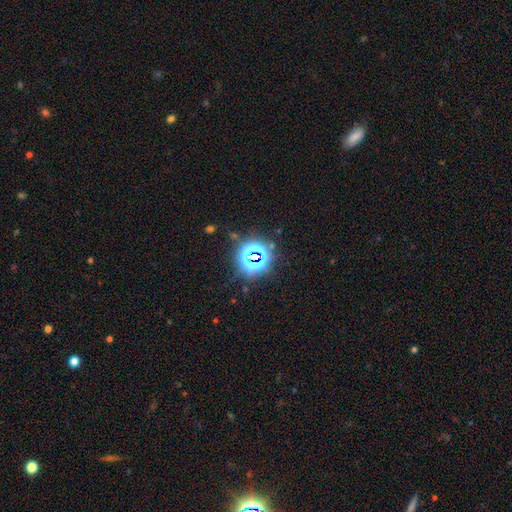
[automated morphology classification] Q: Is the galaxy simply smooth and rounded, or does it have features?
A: star or artifact — 75%.